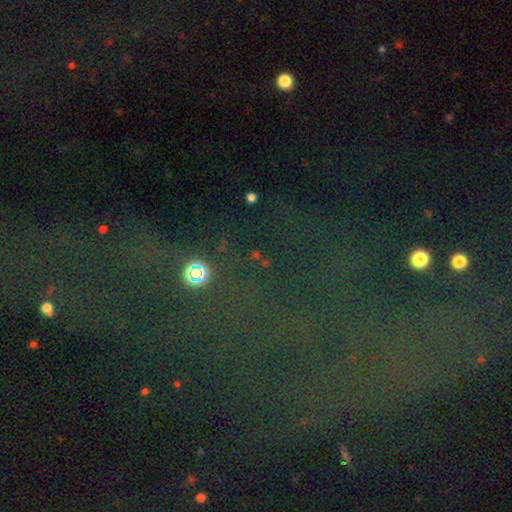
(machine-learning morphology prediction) Smooth or featured? Predicted: star or artifact (p=0.67).